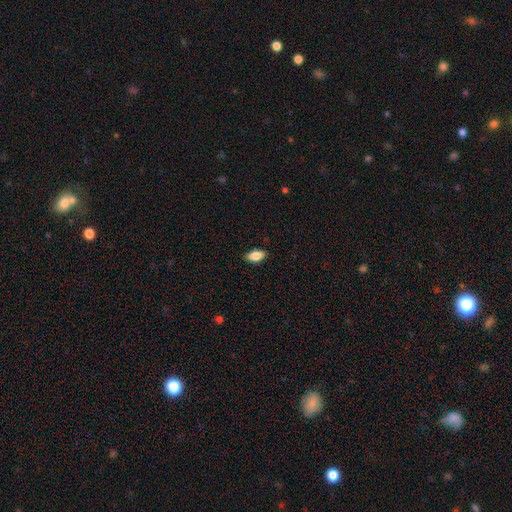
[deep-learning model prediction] smooth 88%, star or artifact 7%, featured or disk 5%. Down the decision tree: how rounded — in between (92%); merging — none (86%).